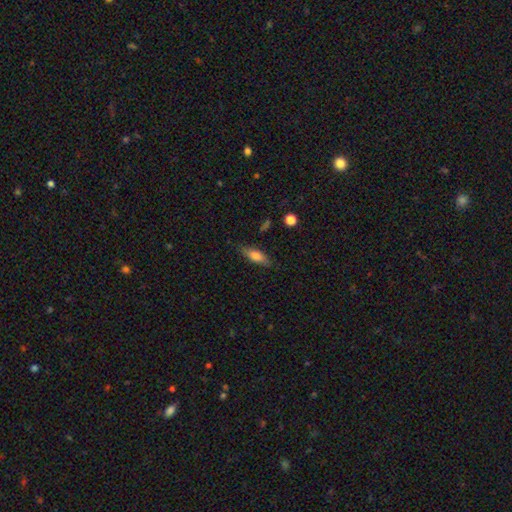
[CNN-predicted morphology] Overall: smooth (71%). How rounded: in between (62%; cigar-shaped 35%). Merging: none (79%).